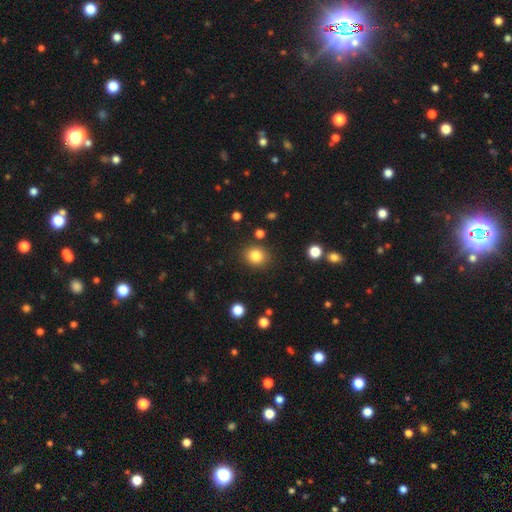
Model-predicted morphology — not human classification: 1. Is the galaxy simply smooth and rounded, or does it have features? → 83% smooth, 11% star or artifact, 6% featured or disk.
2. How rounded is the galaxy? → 74% round, 25% in between, 1% cigar-shaped.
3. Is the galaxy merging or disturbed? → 85% none, 9% minor disturbance, 3% major disturbance, 3% merger.